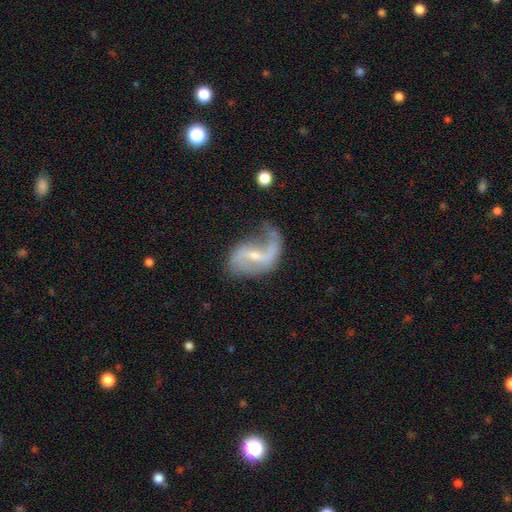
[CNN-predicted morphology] This appears to be a featured or disk galaxy (85%) with a weak bar (48%), 2 (77%) loose (71%) spiral arms (93%) and a small central bulge (60%). Merging: none (48%).